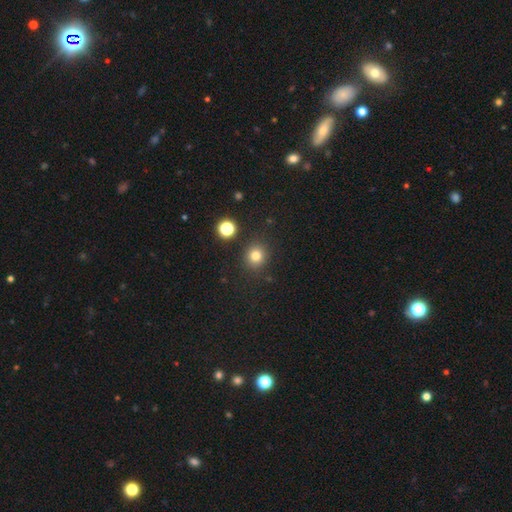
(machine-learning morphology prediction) A smooth galaxy with no disk features (78%) that is round (88%).

Vote fractions:
- Smooth or featured? smooth: 78% / star or artifact: 15% / featured or disk: 6%
- How rounded? round: 88% / in between: 11% / cigar-shaped: 1%
- Merging? none: 87% / minor disturbance: 8% / merger: 3% / major disturbance: 3%